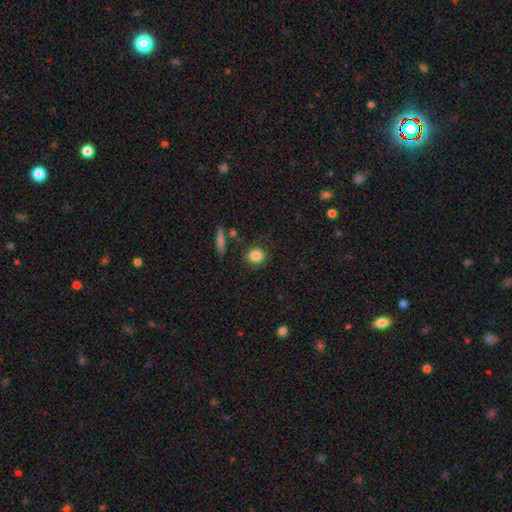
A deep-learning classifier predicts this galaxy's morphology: This is clearly a smooth galaxy (85%). How rounded: clearly round (85%). Merging: clearly none (83%).